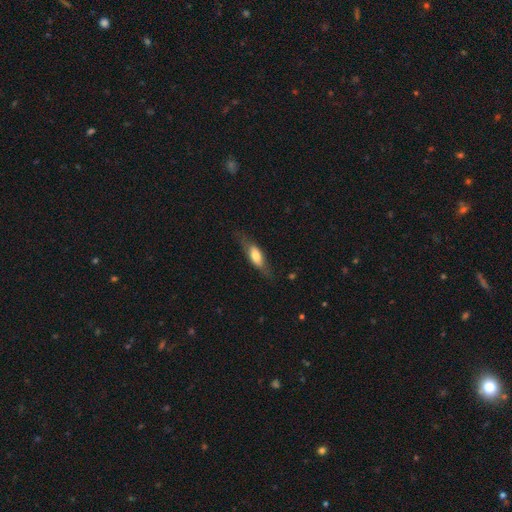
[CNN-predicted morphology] smooth 60%, featured or disk 34%, star or artifact 6%. Down the decision tree: how rounded — in between (55%); merging — none (72%).